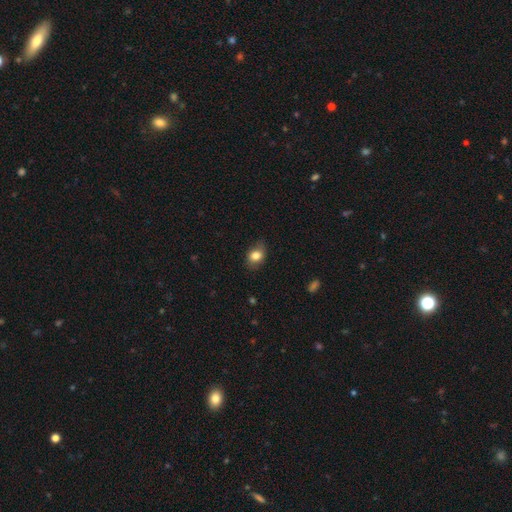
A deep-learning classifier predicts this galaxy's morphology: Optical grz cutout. It shows a smooth galaxy with no disk features (80%) that is in between round and cigar-shaped (66%). Merging: none (73%).